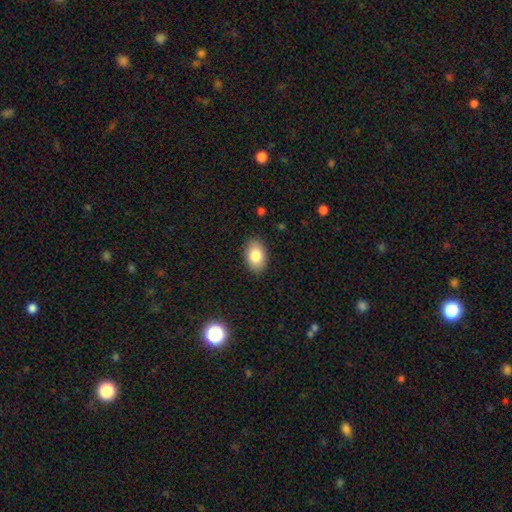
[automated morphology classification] A smooth galaxy with no disk features (82%) that is in between round and cigar-shaped (87%). Merging: none (88%).